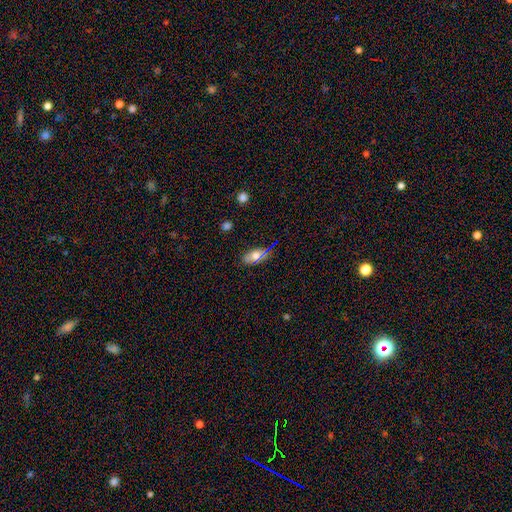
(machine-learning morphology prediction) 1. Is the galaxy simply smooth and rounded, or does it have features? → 61% smooth, 24% featured or disk, 15% star or artifact.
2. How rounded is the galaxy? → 83% in between, 11% cigar-shaped, 7% round.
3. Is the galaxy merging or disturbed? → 63% none, 23% minor disturbance, 9% major disturbance, 5% merger.